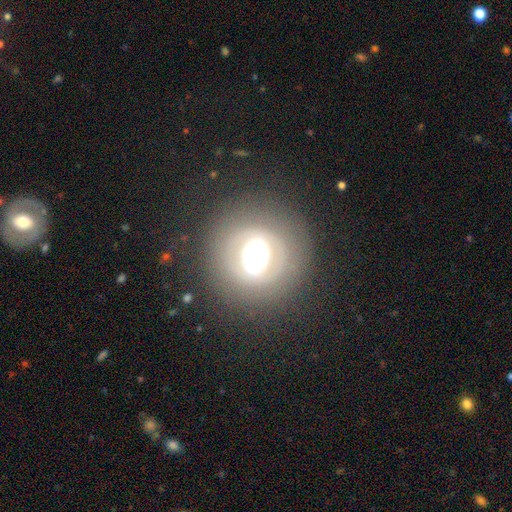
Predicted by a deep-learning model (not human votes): Smooth or featured? Predicted: featured or disk (p=0.50). Edge-on disk? Predicted: no (p=0.93). Merging? Predicted: none (p=0.78).